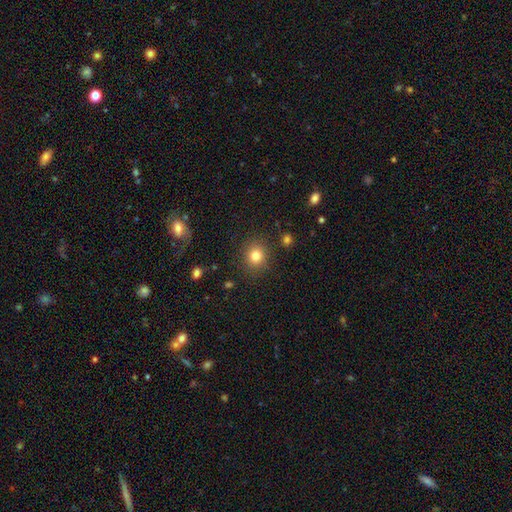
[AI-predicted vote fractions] Smooth or featured? Predicted: smooth (p=0.82). How rounded? Predicted: round (p=0.81). Merging? Predicted: none (p=0.87).